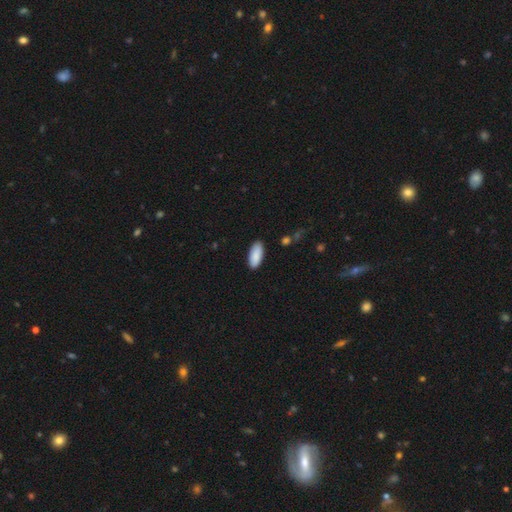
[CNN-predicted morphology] This is clearly a smooth galaxy (89%). How rounded: clearly in between (87%). Merging: clearly none (87%).